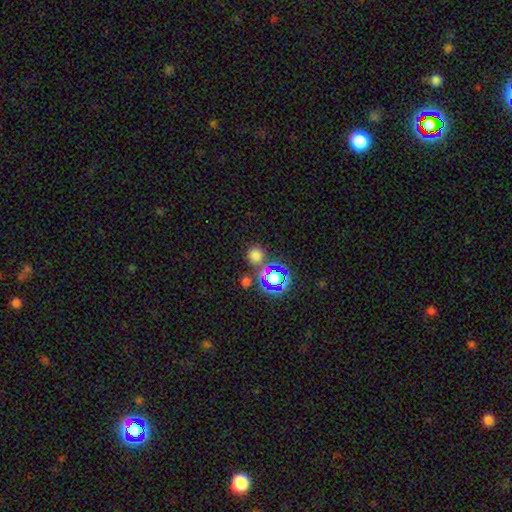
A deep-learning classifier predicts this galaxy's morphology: Smooth or featured: smooth — 70% (star or artifact — 24%)
How rounded: round — 90% (in between — 9%)
Merging: none — 74% (merger — 14%)